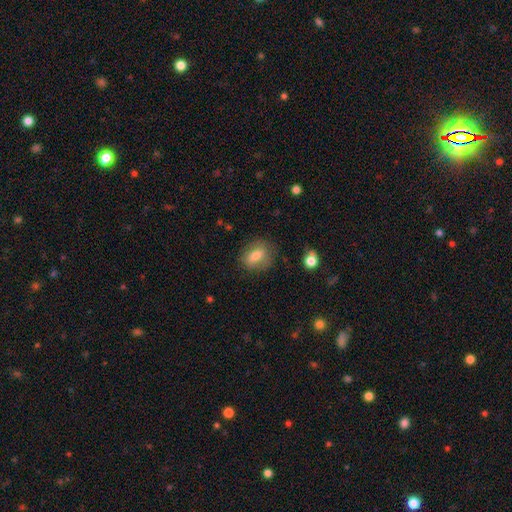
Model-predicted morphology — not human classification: A smooth galaxy with no disk features (77%) that is in between round and cigar-shaped (72%). Merging: none (75%).